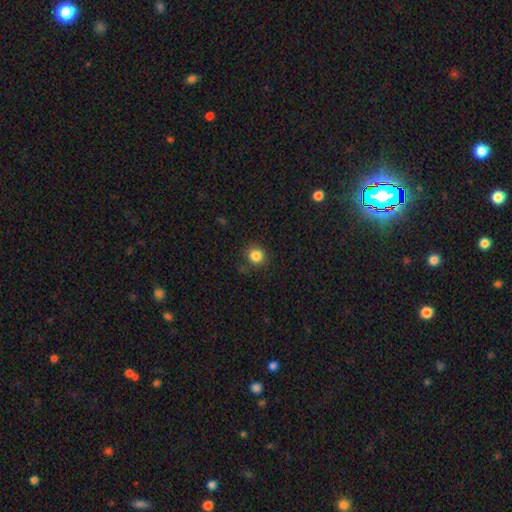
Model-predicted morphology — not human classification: smooth-or-featured: smooth: 84% | star or artifact: 11% | featured or disk: 4%
  how-rounded: round: 88% | in between: 12% | cigar-shaped: 1%
  merging: none: 86% | minor disturbance: 10% | major disturbance: 3% | merger: 2%